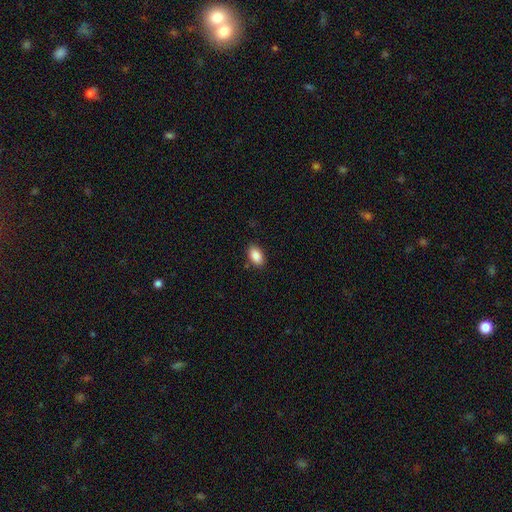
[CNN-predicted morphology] This is clearly a smooth galaxy (88%). How rounded: clearly in between (91%). Merging: clearly none (87%).